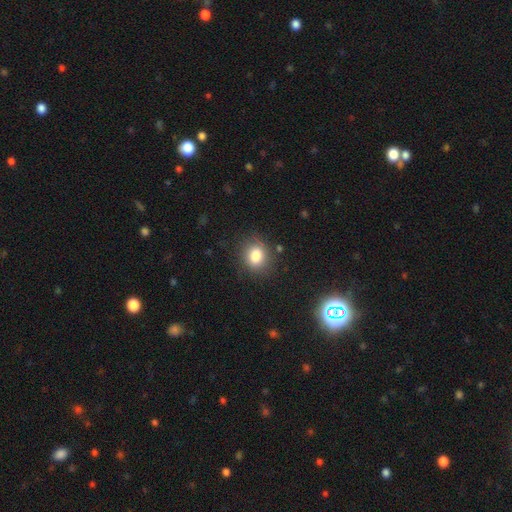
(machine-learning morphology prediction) This appears to be a smooth galaxy with no disk features (81%) that is round (65%). Merging: none (82%).